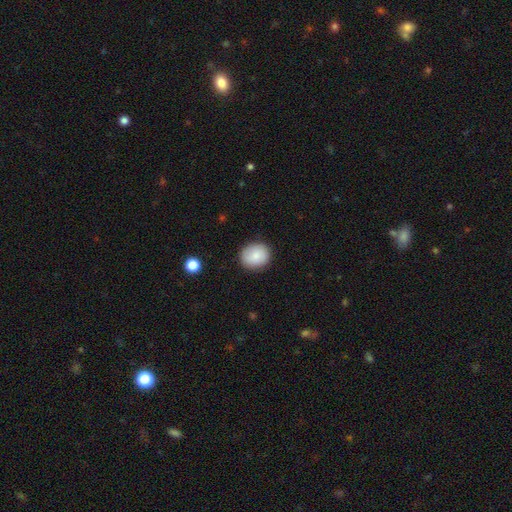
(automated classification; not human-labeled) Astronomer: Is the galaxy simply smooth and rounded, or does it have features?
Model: smooth — 85%.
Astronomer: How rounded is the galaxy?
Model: round — 70%.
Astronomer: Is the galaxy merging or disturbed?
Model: none — 86%.